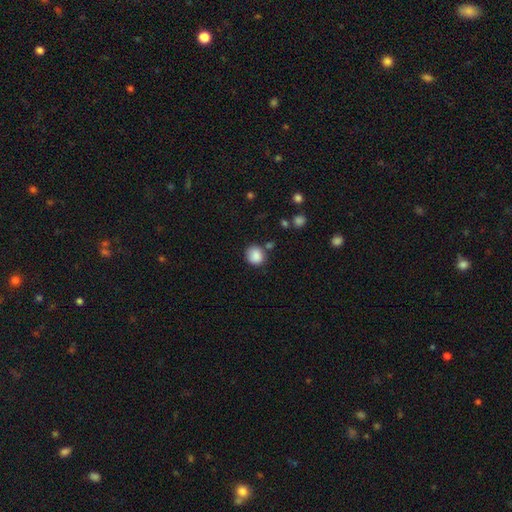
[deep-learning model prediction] Smooth or featured?
  - smooth: 87% *
  - star or artifact: 9%
  - featured or disk: 4%
How rounded?
  - round: 79% *
  - in between: 20%
  - cigar-shaped: 1%
Merging?
  - none: 74% *
  - minor disturbance: 15%
  - merger: 7%
  - major disturbance: 4%